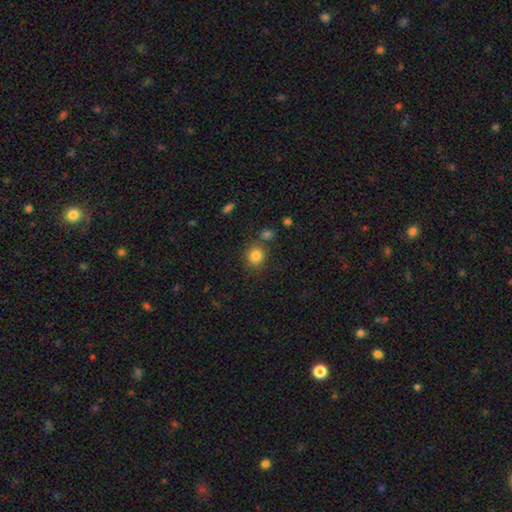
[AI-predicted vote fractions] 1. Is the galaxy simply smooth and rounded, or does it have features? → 84% smooth, 11% star or artifact, 5% featured or disk.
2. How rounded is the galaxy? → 87% round, 12% in between, 1% cigar-shaped.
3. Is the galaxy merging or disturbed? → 74% none, 11% minor disturbance, 10% merger, 4% major disturbance.